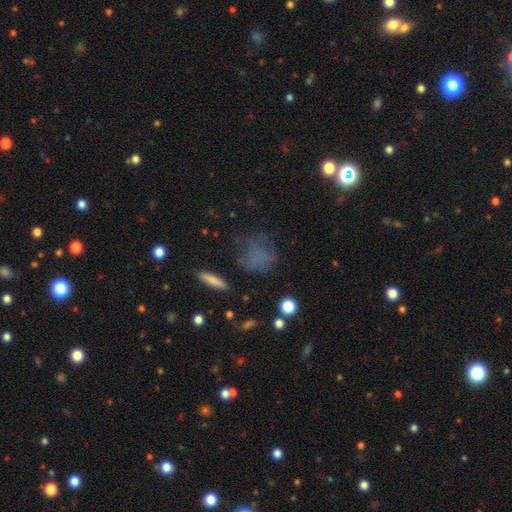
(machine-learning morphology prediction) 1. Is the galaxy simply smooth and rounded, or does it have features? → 58% smooth, 21% star or artifact, 21% featured or disk.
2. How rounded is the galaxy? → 63% round, 33% in between, 5% cigar-shaped.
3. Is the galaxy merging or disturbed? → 53% none, 22% minor disturbance, 21% major disturbance, 4% merger.